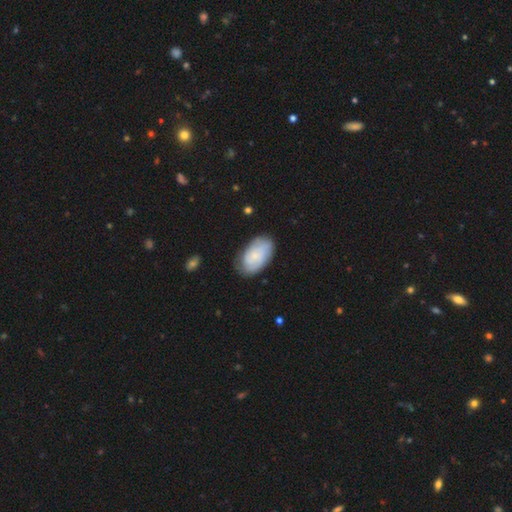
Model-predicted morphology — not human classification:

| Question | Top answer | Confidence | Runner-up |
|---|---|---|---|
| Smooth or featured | smooth | 58% | featured or disk (35%) |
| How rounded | in between | 93% | round (5%) |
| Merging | none | 74% | minor disturbance (20%) |